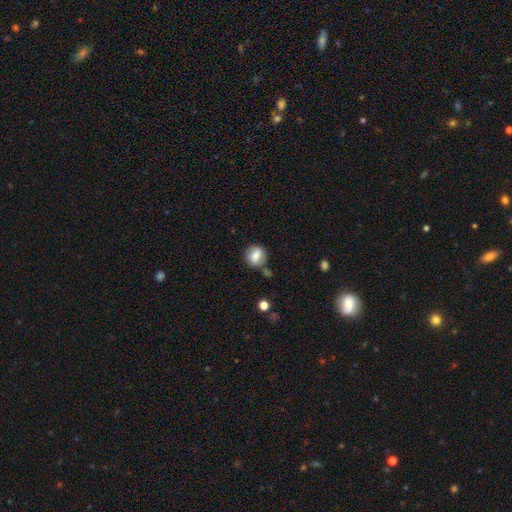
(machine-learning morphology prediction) smooth 79%, featured or disk 13%, star or artifact 9%. Down the decision tree: how rounded — round (70%); merging — none (65%).